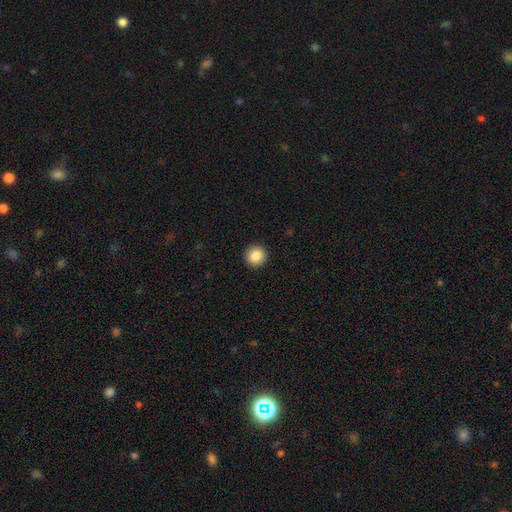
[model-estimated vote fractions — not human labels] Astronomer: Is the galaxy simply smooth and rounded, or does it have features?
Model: smooth — 86%.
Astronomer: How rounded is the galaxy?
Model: round — 95%.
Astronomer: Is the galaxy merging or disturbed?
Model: none — 93%.